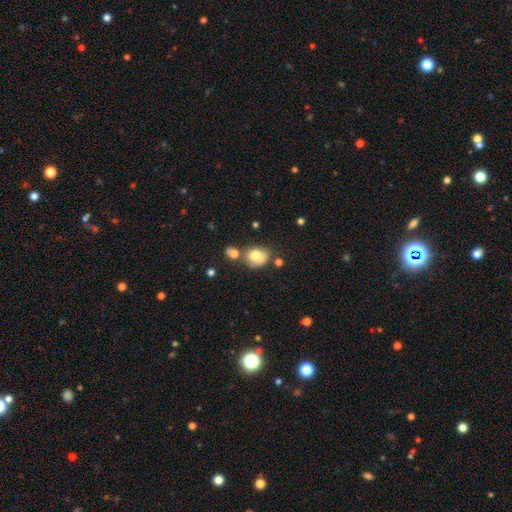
Smooth or featured?
  - smooth: 79% *
  - featured or disk: 11%
  - star or artifact: 11%
How rounded?
  - in between: 57% *
  - round: 43%
  - cigar-shaped: 0%
Merging?
  - none: 38% *
  - merger: 29%
  - minor disturbance: 21%
  - major disturbance: 12%